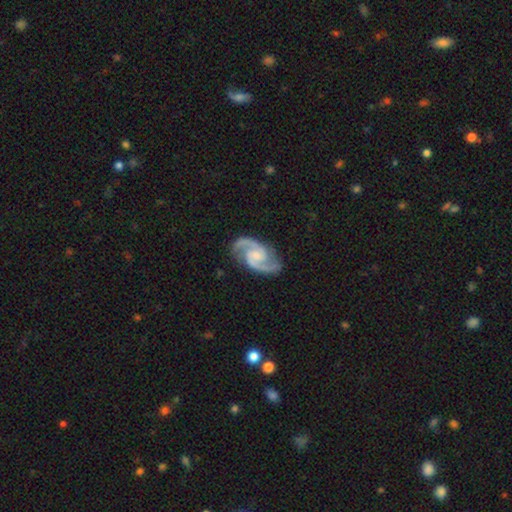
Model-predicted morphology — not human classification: smooth_or_featured: featured or disk (p=0.94) [alt: star or artifact p=0.03]
disk_edge_on: no (p=0.98) [alt: yes p=0.02]
bar: no (p=0.44) [tied with: weak p=0.44]
has_spiral_arms: yes (p=0.99) [alt: no p=0.01]
spiral_winding: medium (p=0.64) [alt: tight p=0.24]
spiral_arm_count: 2 (p=0.94) [alt: 3 p=0.01]
bulge_size: small (p=0.47) [alt: moderate p=0.30]
merging: none (p=0.83) [alt: minor disturbance p=0.12]